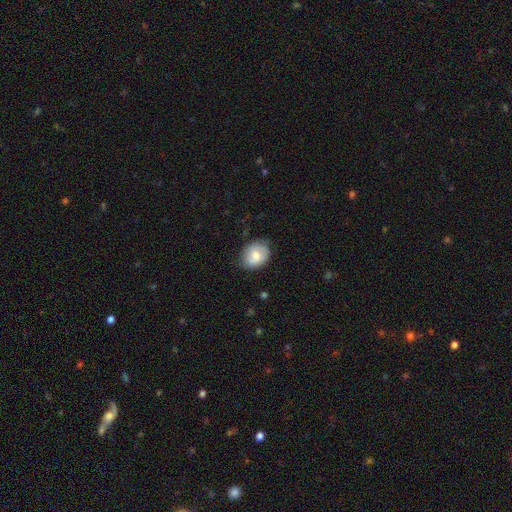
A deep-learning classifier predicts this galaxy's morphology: smooth 69%, featured or disk 23%, star or artifact 7%. Down the decision tree: how rounded — in between (55%); merging — none (69%).